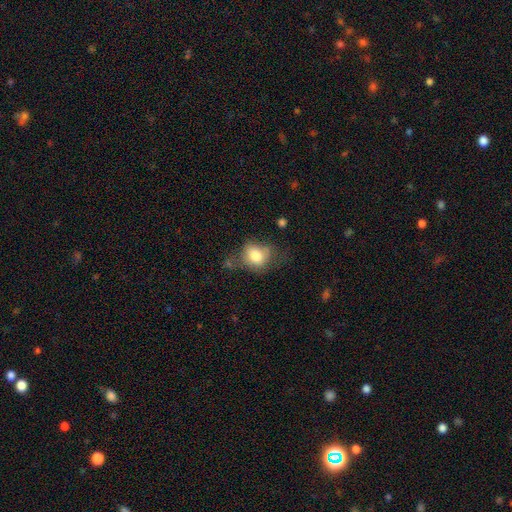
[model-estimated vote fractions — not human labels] A smooth galaxy with no disk features (76%) that is round (50%). Merging: none (44%).